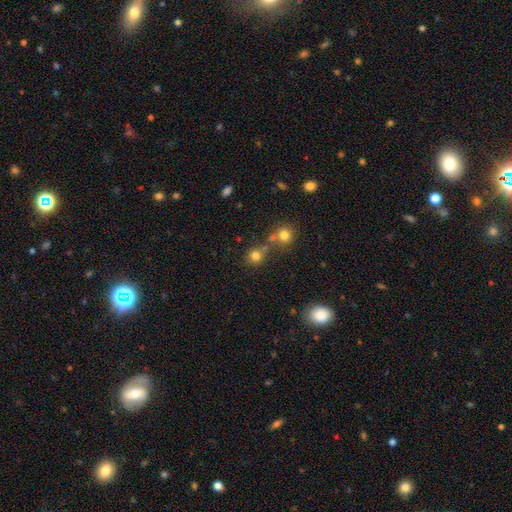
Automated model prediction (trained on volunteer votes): smooth-or-featured: smooth: 77% | star or artifact: 16% | featured or disk: 7%
  how-rounded: round: 90% | in between: 9% | cigar-shaped: 1%
  merging: none: 65% | merger: 21% | minor disturbance: 9% | major disturbance: 4%